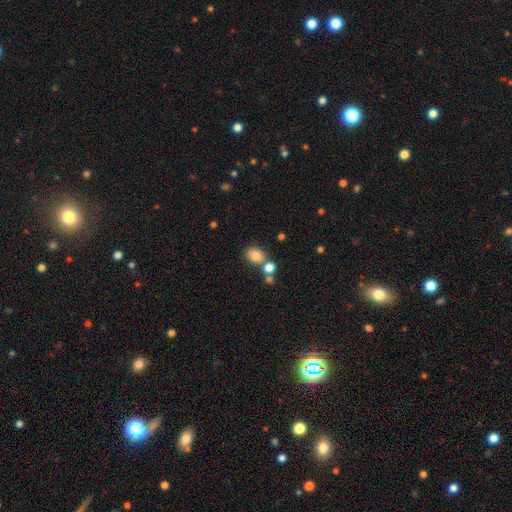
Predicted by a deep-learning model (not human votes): A smooth galaxy with no disk features (80%) that is in between round and cigar-shaped (57%).

Vote fractions:
- Smooth or featured? smooth: 80% / star or artifact: 11% / featured or disk: 9%
- How rounded? in between: 57% / round: 42% / cigar-shaped: 1%
- Merging? none: 63% / merger: 20% / minor disturbance: 12% / major disturbance: 4%